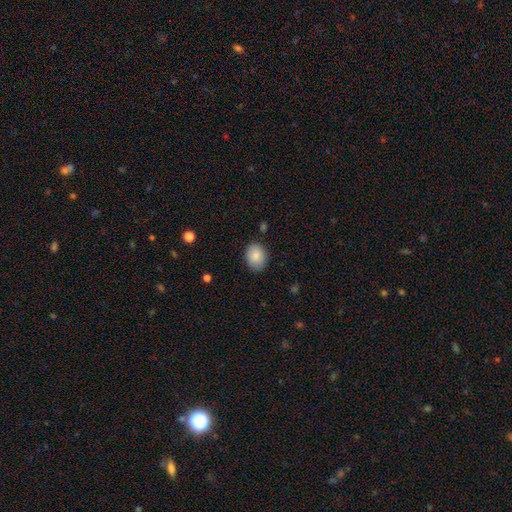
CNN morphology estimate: This appears to be a smooth galaxy with no disk features (86%) that is in between round and cigar-shaped (65%). Merging: none (83%).